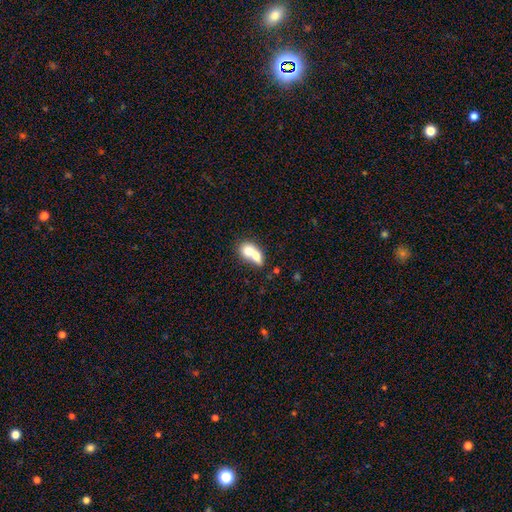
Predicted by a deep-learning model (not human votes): Overall: smooth (68%). How rounded: in between (61%; round 36%). Merging: merger (74%).